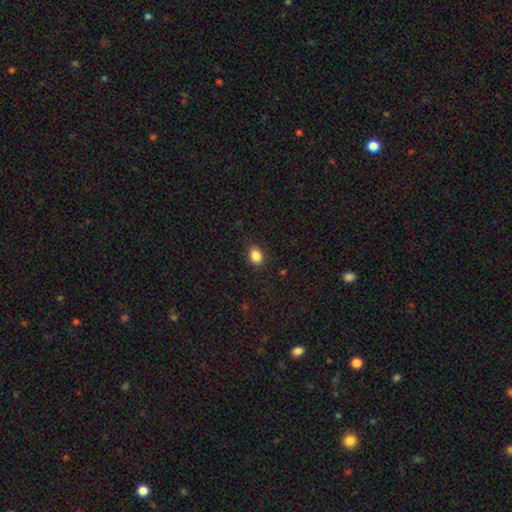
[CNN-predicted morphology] This appears to be a smooth galaxy with no disk features (86%) that is round (52%). Merging: none (87%).